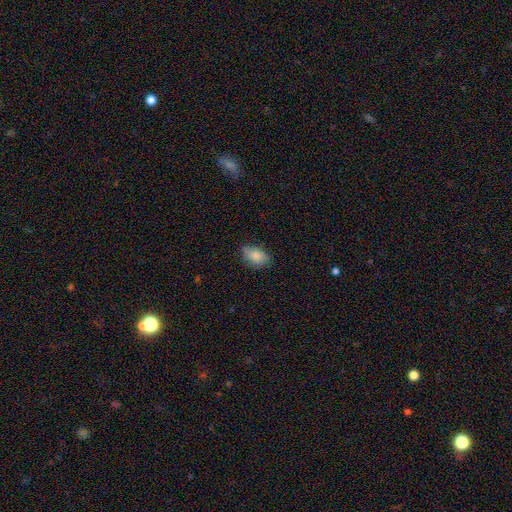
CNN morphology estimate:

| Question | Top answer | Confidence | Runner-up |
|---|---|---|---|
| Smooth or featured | smooth | 83% | featured or disk (10%) |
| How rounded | in between | 87% | round (10%) |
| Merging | none | 67% | minor disturbance (27%) |